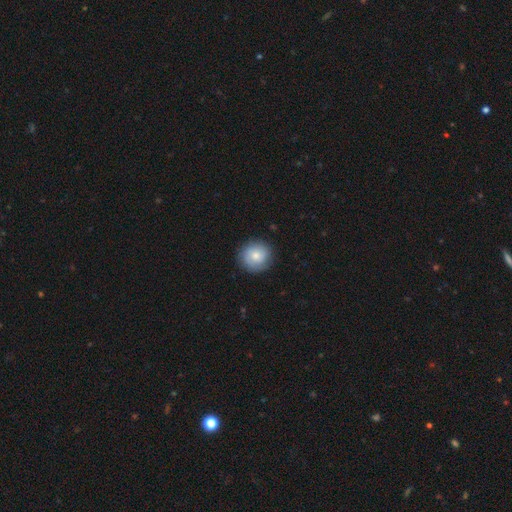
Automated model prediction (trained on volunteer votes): Smooth or featured? Predicted: smooth (p=0.73). How rounded? Predicted: round (p=0.91). Merging? Predicted: none (p=0.86).